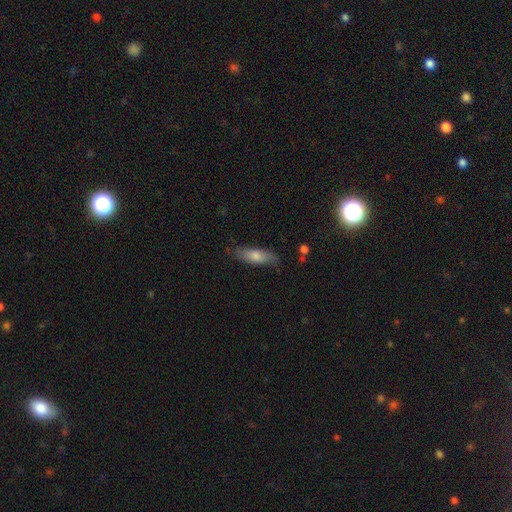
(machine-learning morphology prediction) Smooth or featured: smooth — 67% (featured or disk — 25%)
How rounded: cigar-shaped — 50% (in between — 48%)
Merging: none — 78% (minor disturbance — 17%)